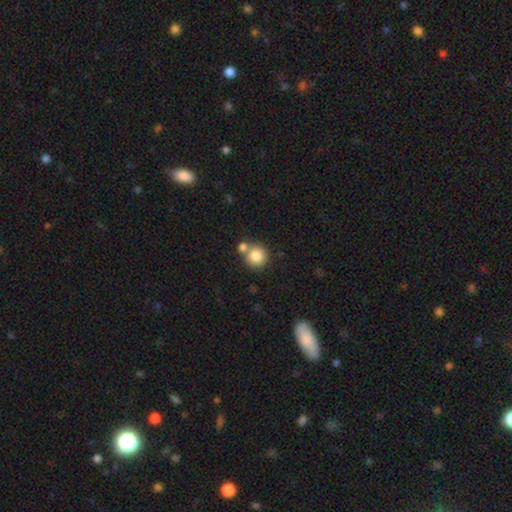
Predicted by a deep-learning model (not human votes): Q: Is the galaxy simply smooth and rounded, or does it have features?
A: smooth — 83%.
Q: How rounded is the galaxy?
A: round — 92%.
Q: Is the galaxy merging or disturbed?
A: none — 60%.